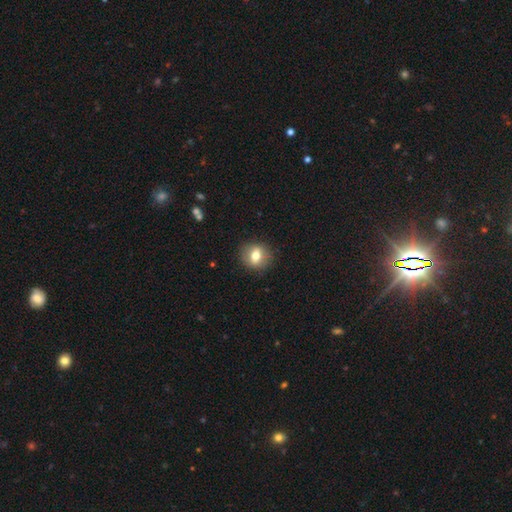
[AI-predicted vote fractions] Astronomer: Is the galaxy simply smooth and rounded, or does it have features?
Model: smooth — 69%.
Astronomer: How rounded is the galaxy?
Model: round — 72%.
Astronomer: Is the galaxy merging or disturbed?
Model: none — 88%.